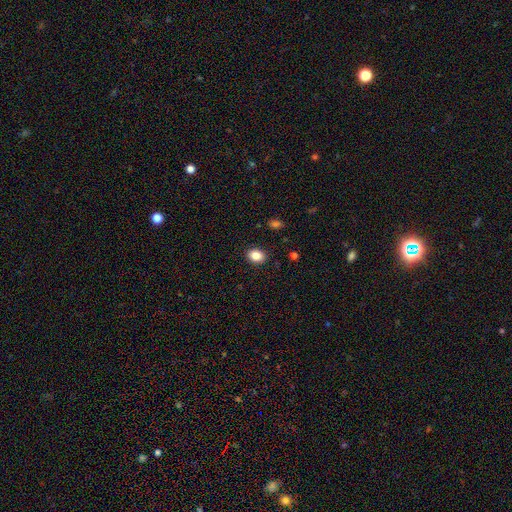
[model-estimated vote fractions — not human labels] Smooth or featured: smooth — 86% (star or artifact — 9%)
How rounded: in between — 63% (round — 36%)
Merging: none — 90% (minor disturbance — 7%)